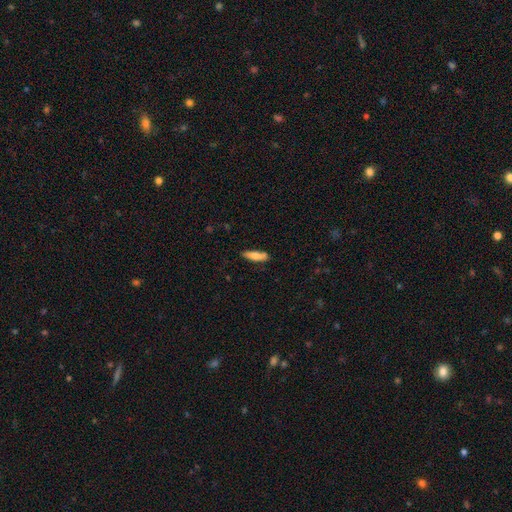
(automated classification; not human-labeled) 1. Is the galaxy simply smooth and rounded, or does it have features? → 78% smooth, 16% featured or disk, 6% star or artifact.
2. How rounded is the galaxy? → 64% cigar-shaped, 34% in between, 2% round.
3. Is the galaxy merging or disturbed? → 75% none, 18% minor disturbance, 4% merger, 3% major disturbance.